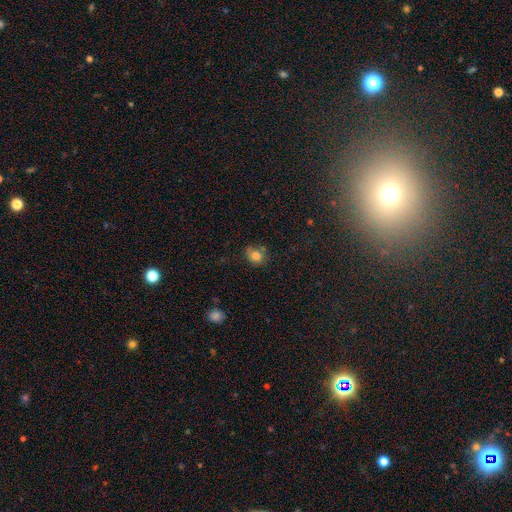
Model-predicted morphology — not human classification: A smooth galaxy with no disk features (80%) that is round (71%). Merging: none (61%).